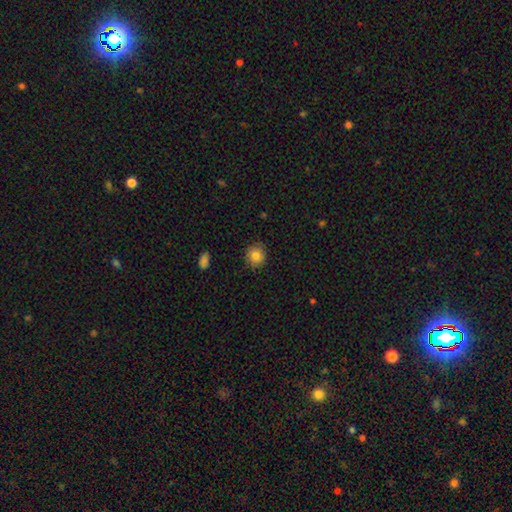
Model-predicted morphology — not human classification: Q: Smooth or featured?
A: smooth (83%); runner-up: star or artifact (10%)
Q: How rounded?
A: round (88%); runner-up: in between (11%)
Q: Merging?
A: none (86%); runner-up: minor disturbance (11%)